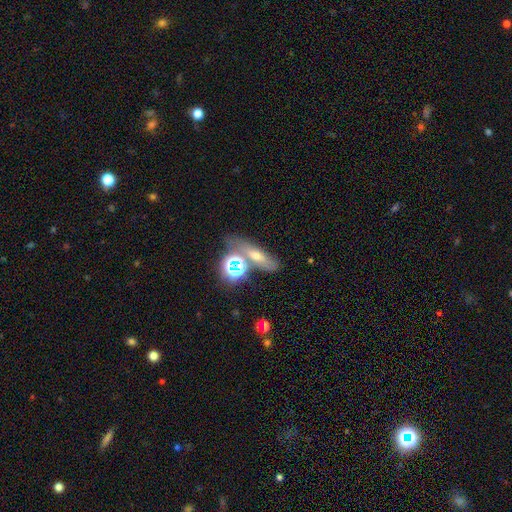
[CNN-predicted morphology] Overall: smooth (44%; star or artifact 29%). Merging: none (60%).